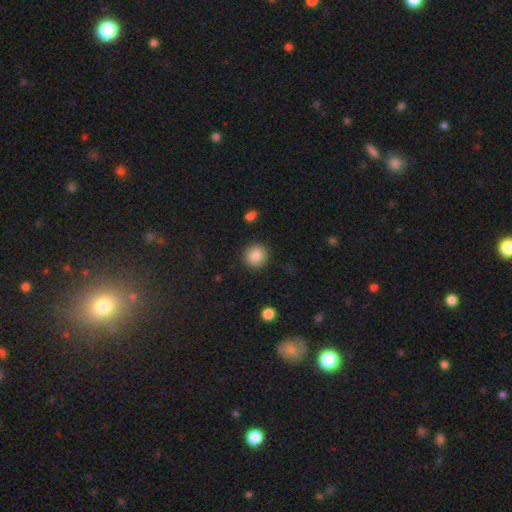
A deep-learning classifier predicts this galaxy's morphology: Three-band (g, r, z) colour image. It shows a smooth galaxy with no disk features (87%) that is round (90%). Merging: none (91%).